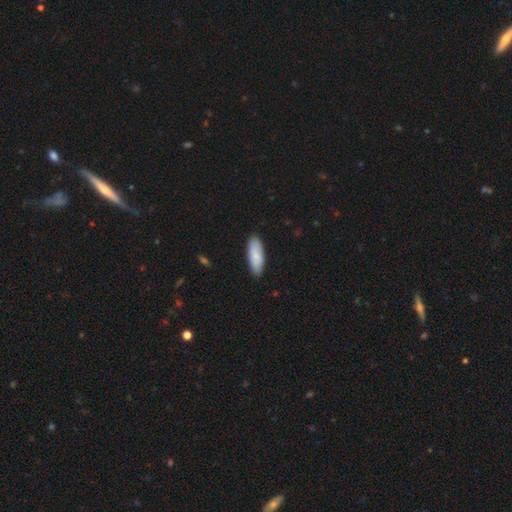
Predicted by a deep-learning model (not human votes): This appears to be a smooth galaxy with no disk features (82%) that is in between round and cigar-shaped (72%). Merging: none (86%).